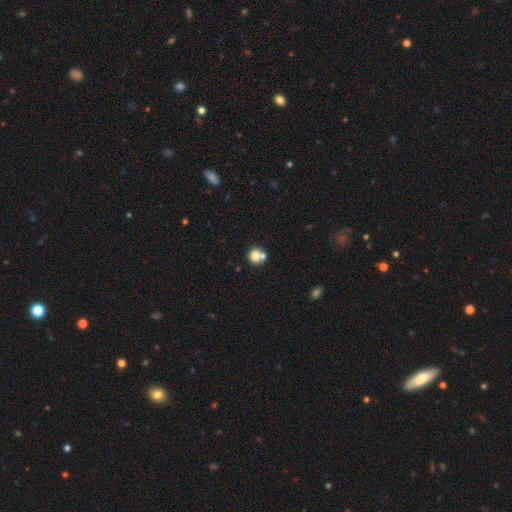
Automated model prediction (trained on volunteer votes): This appears to be a smooth galaxy with no disk features (78%) that is round (87%). Merging: none (53%).